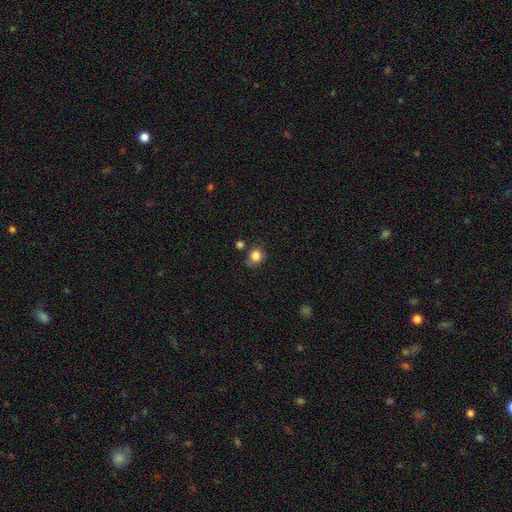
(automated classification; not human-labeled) This appears to be a smooth galaxy with no disk features (83%) that is round (77%). Merging: none (67%).